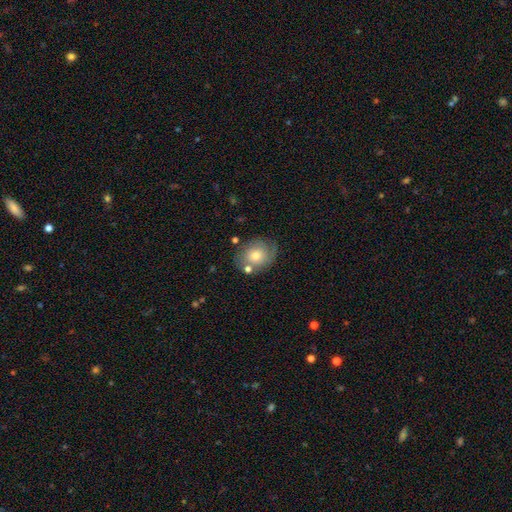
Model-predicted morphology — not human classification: A smooth galaxy with no disk features (51%) that is round (64%). Merging: none (61%).